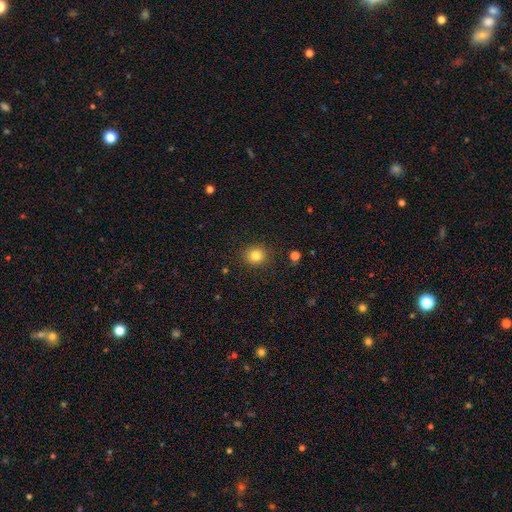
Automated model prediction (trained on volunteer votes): smooth_or_featured: smooth (p=0.82) [alt: star or artifact p=0.12]
how_rounded: round (p=0.83) [alt: in between p=0.16]
merging: none (p=0.89) [alt: minor disturbance p=0.08]